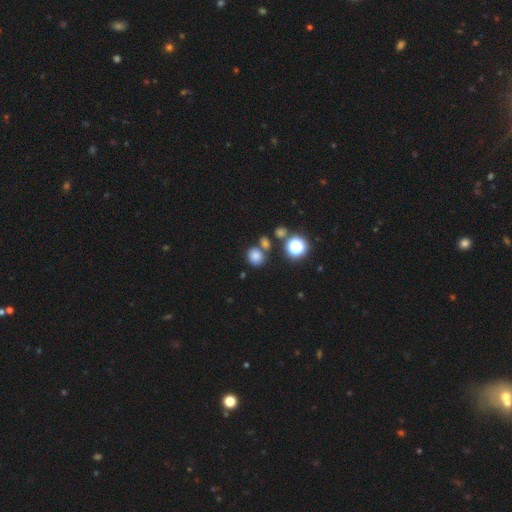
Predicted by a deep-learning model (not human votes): Smooth or featured? Predicted: smooth (p=0.77). How rounded? Predicted: round (p=0.77). Merging? Predicted: none (p=0.67).